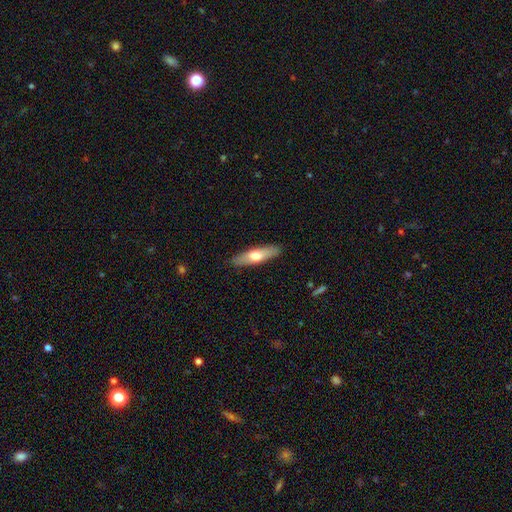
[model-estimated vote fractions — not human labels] Q: Smooth or featured?
A: smooth (60%); runner-up: featured or disk (35%)
Q: How rounded?
A: cigar-shaped (66%); runner-up: in between (32%)
Q: Merging?
A: none (89%); runner-up: minor disturbance (9%)